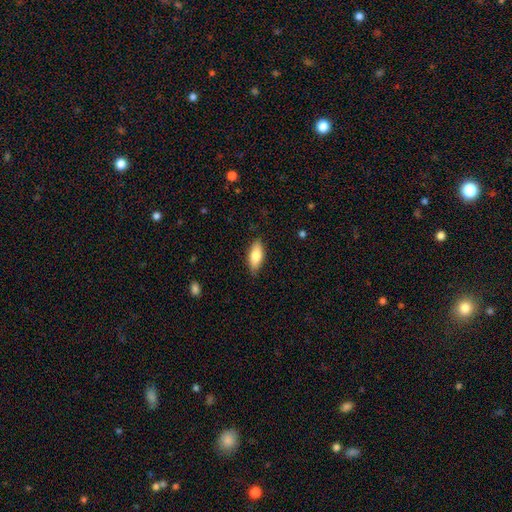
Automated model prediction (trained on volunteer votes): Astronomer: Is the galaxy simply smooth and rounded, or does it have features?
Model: smooth — 79%.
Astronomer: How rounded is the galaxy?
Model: in between — 83%.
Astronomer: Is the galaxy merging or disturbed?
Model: none — 85%.